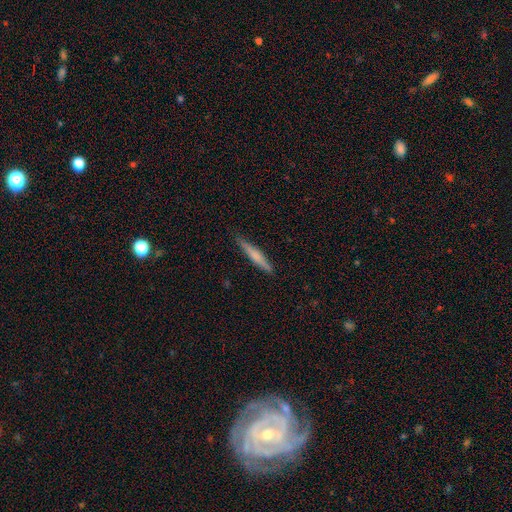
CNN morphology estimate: Smooth or featured?
  - smooth: 52% *
  - featured or disk: 42%
  - star or artifact: 6%
How rounded?
  - cigar-shaped: 94% *
  - in between: 5%
  - round: 2%
Merging?
  - none: 88% *
  - minor disturbance: 9%
  - major disturbance: 2%
  - merger: 1%